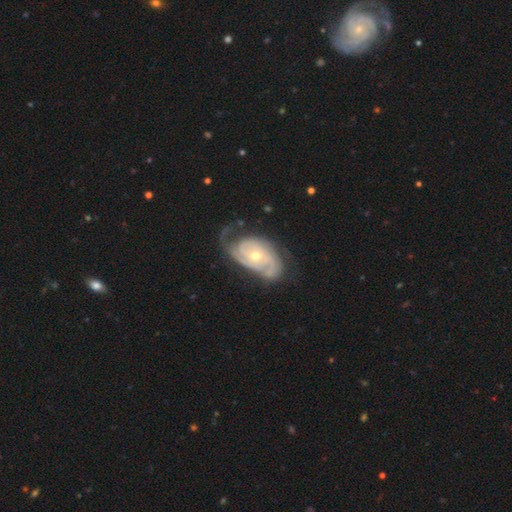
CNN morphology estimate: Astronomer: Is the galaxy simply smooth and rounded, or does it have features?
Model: featured or disk — 86%.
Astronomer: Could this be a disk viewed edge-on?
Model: no — 96%.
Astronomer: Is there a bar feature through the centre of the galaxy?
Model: no — 73%.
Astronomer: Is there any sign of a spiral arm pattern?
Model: yes — 95%.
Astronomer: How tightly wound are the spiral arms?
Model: tight — 61%.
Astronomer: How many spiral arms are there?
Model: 2 — 43% (runner-up: can't tell, 22%).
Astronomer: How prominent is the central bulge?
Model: moderate — 50% (runner-up: small, 47%).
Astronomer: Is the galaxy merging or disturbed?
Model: none — 54%.